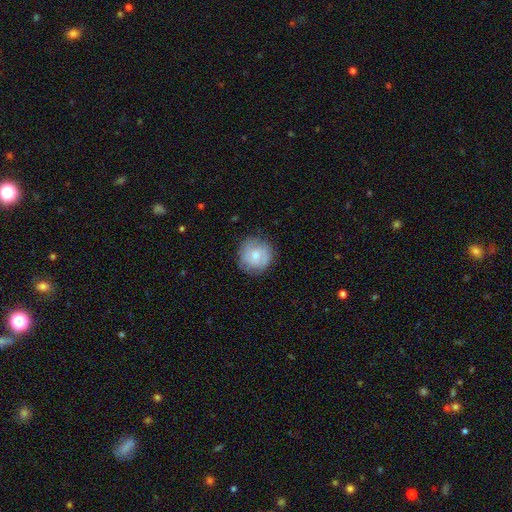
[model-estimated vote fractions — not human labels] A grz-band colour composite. It shows a smooth galaxy with no disk features (56%) that is round (90%). Merging: none (77%).